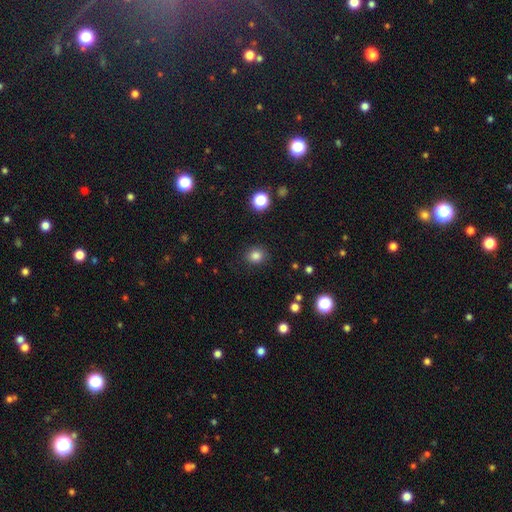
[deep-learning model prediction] Smooth or featured? smooth (83%)
How rounded? round (77%)
Merging? none (89%)